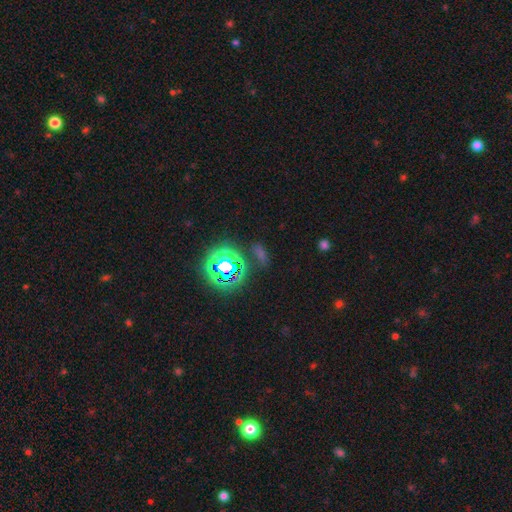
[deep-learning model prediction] A star or artifact, not a galaxy (74%).

Vote fractions:
- Smooth or featured? star or artifact: 74% / smooth: 16% / featured or disk: 10%